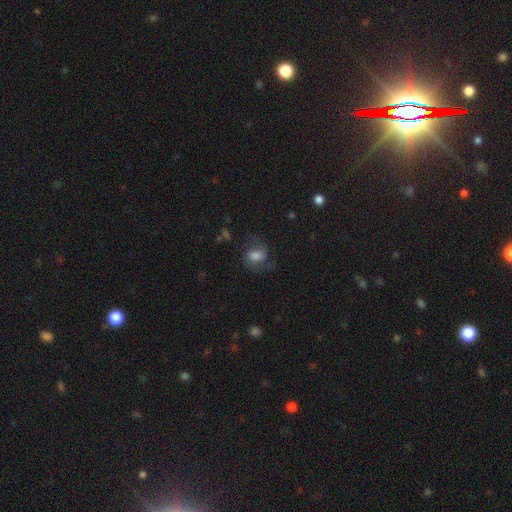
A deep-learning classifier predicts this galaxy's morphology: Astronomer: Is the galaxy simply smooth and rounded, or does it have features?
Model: featured or disk — 47% (runner-up: smooth, 42%).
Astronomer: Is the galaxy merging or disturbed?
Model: none — 59%.